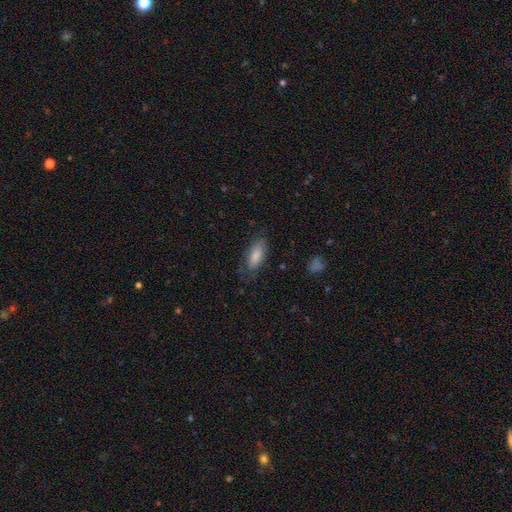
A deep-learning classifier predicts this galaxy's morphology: This is likely a smooth galaxy (80%). How rounded: clearly in between (82%). Merging: likely none (69%).